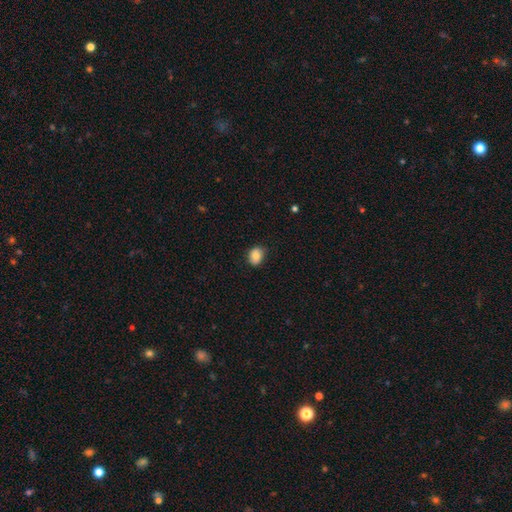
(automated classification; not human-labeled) smooth-or-featured: smooth: 83% | star or artifact: 9% | featured or disk: 8%
  how-rounded: in between: 58% | round: 41% | cigar-shaped: 1%
  merging: none: 77% | minor disturbance: 18% | major disturbance: 3% | merger: 1%